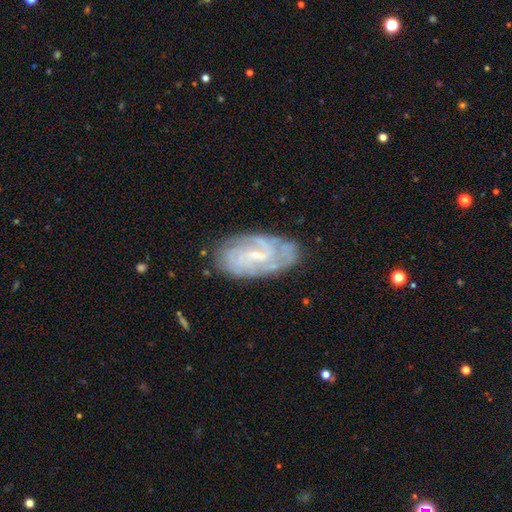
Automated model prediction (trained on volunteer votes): Smooth or featured? featured or disk (82%)
Edge-on disk? no (95%)
Bar? weak (51%)
Spiral arms? yes (94%)
Spiral winding? tight (58%)
Spiral arm count? can't tell (32%)
Bulge size? small (73%)
Merging? none (77%)